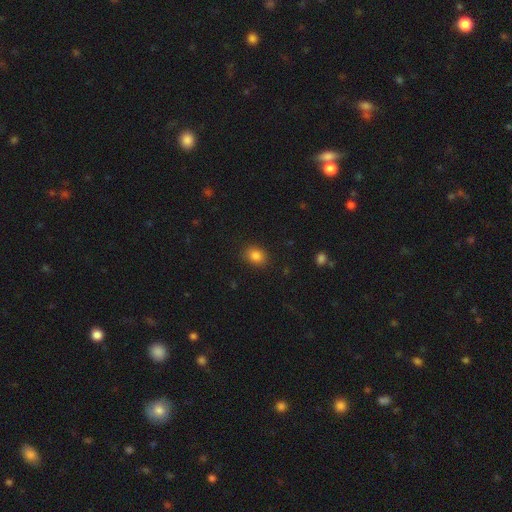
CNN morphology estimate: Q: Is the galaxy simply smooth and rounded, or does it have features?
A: smooth — 85%.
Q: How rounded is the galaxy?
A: in between — 56%.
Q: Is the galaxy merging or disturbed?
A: none — 86%.